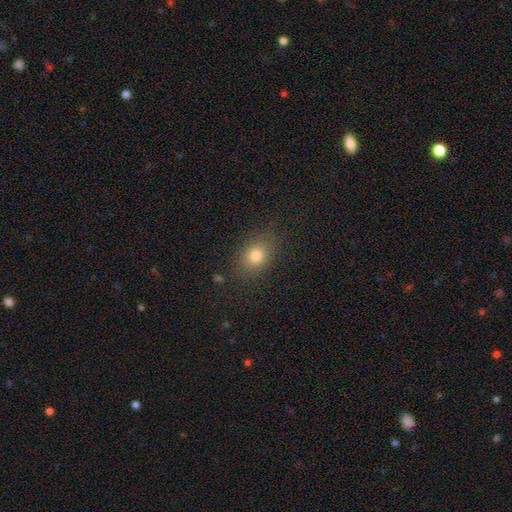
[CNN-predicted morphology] Smooth or featured? smooth (79%)
How rounded? in between (63%)
Merging? none (84%)